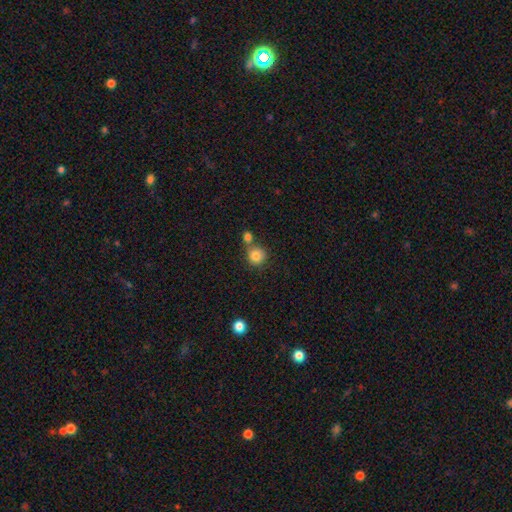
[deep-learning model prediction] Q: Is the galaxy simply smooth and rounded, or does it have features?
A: smooth — 83%.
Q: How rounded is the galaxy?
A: round — 91%.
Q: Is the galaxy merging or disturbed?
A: none — 58%.